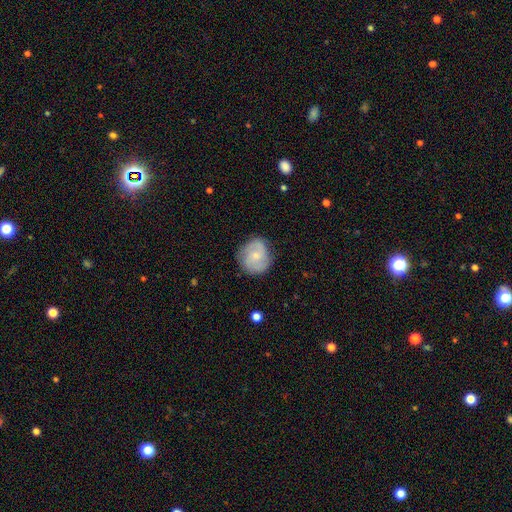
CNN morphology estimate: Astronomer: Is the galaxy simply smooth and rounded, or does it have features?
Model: featured or disk — 66%.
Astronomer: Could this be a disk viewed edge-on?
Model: no — 98%.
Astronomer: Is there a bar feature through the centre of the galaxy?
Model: no — 62%.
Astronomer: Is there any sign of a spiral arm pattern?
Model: yes — 92%.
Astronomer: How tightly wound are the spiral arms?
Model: medium — 47% (runner-up: tight, 37%).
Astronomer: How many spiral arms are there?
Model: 2 — 67%.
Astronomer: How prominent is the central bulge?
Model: small — 64%.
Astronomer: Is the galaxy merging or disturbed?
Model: none — 79%.